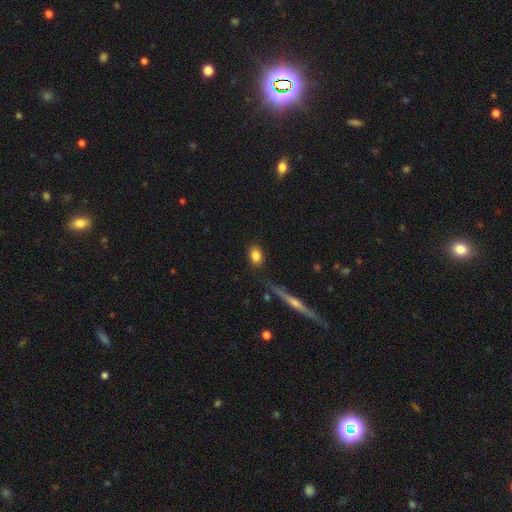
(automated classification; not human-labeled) Smooth or featured: smooth — 84% (star or artifact — 8%)
How rounded: in between — 72% (round — 25%)
Merging: none — 83% (minor disturbance — 11%)